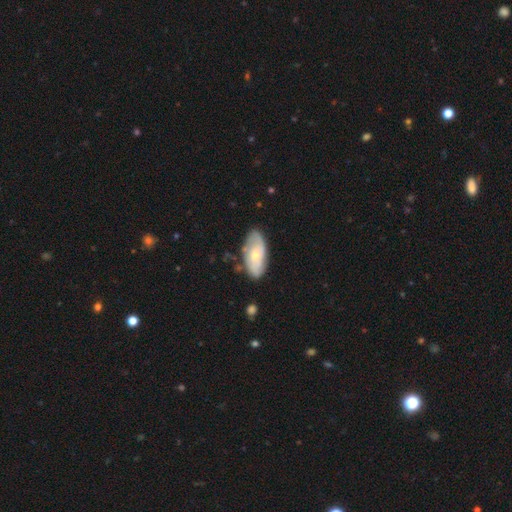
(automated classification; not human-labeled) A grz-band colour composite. It shows a featured or disk galaxy (50%). Merging: none (73%).